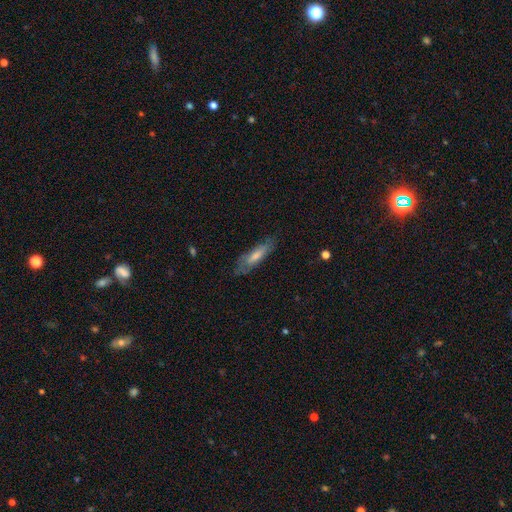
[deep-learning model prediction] Smooth or featured? Predicted: smooth (p=0.49). Merging? Predicted: none (p=0.77).